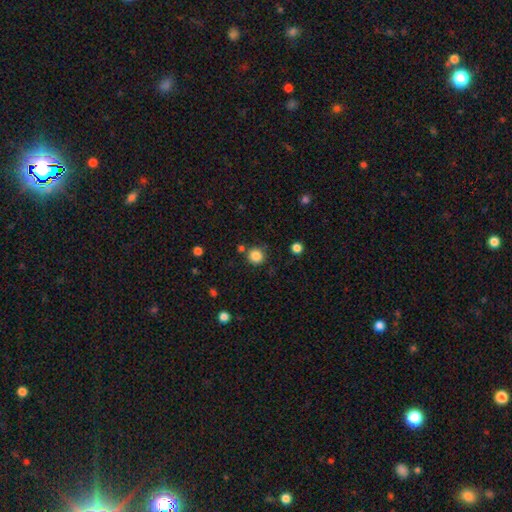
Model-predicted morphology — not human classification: Q: Smooth or featured?
A: smooth (85%); runner-up: star or artifact (11%)
Q: How rounded?
A: round (94%); runner-up: in between (5%)
Q: Merging?
A: none (83%); runner-up: minor disturbance (9%)